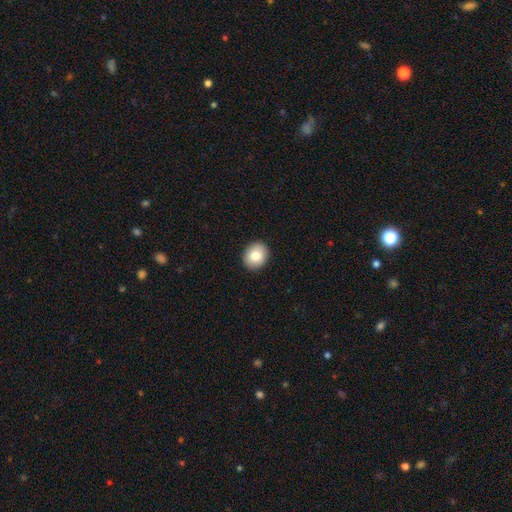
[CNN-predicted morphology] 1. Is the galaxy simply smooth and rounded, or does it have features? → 82% smooth, 10% featured or disk, 8% star or artifact.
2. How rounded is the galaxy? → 58% round, 41% in between, 1% cigar-shaped.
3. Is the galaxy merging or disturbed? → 91% none, 6% minor disturbance, 2% major disturbance, 1% merger.